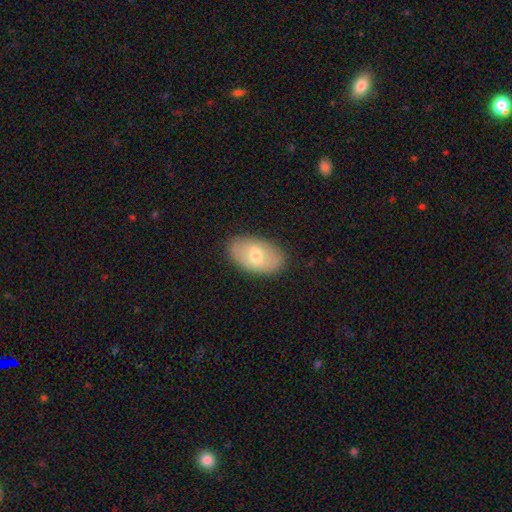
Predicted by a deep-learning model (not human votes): smooth_or_featured: smooth (p=0.63) [alt: featured or disk p=0.30]
how_rounded: in between (p=0.93) [alt: round p=0.06]
merging: none (p=0.85) [alt: minor disturbance p=0.11]